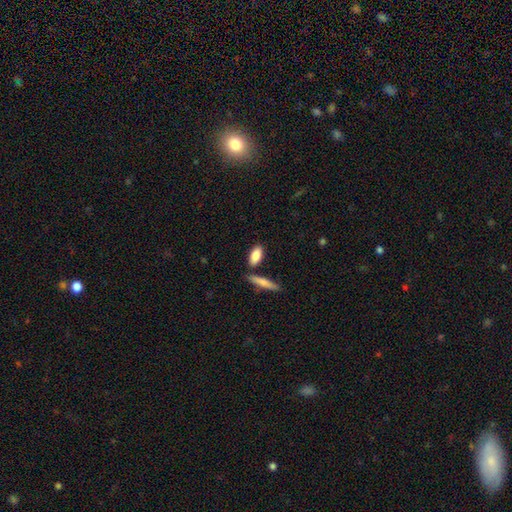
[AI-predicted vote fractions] This appears to be a smooth galaxy with no disk features (84%) that is in between round and cigar-shaped (79%). Merging: none (76%).